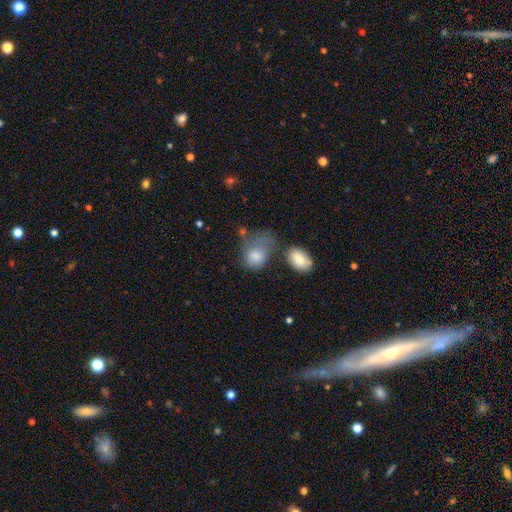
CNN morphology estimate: Q: Smooth or featured?
A: smooth (78%); runner-up: featured or disk (13%)
Q: How rounded?
A: in between (66%); runner-up: round (32%)
Q: Merging?
A: major disturbance (37%); runner-up: minor disturbance (24%)